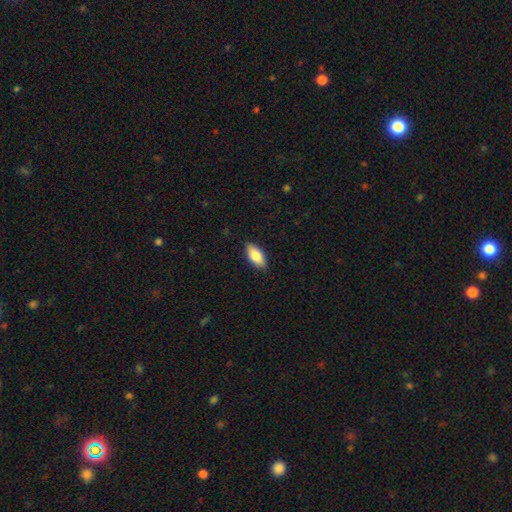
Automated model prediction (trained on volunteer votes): Smooth or featured?
  - smooth: 81% *
  - featured or disk: 12%
  - star or artifact: 6%
How rounded?
  - in between: 89% *
  - cigar-shaped: 9%
  - round: 2%
Merging?
  - none: 88% *
  - minor disturbance: 9%
  - major disturbance: 2%
  - merger: 1%